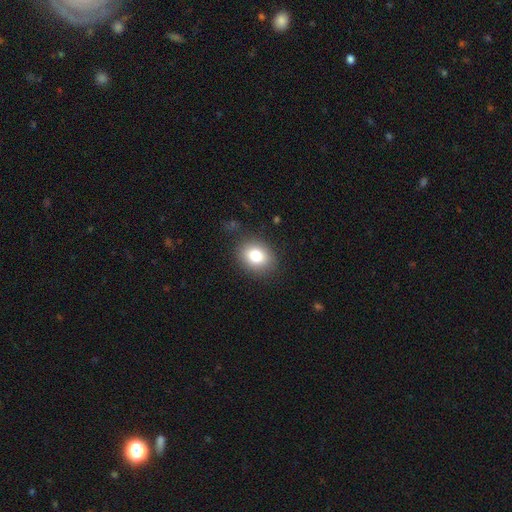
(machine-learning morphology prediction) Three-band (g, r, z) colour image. It shows a smooth galaxy with no disk features (81%) that is in between round and cigar-shaped (50%). Merging: none (84%).